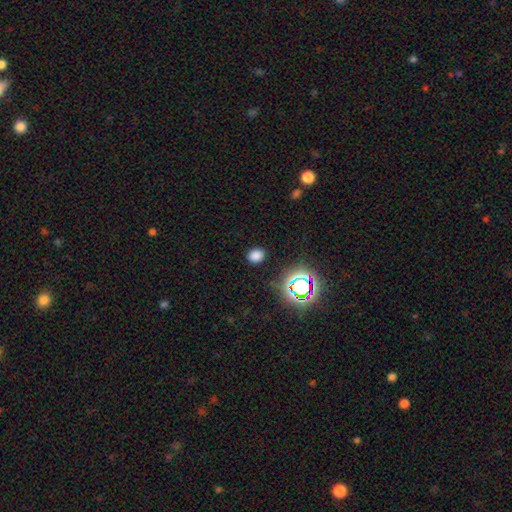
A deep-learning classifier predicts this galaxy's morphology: type=smooth (74%); roundness=round (55%); merging=none (87%).